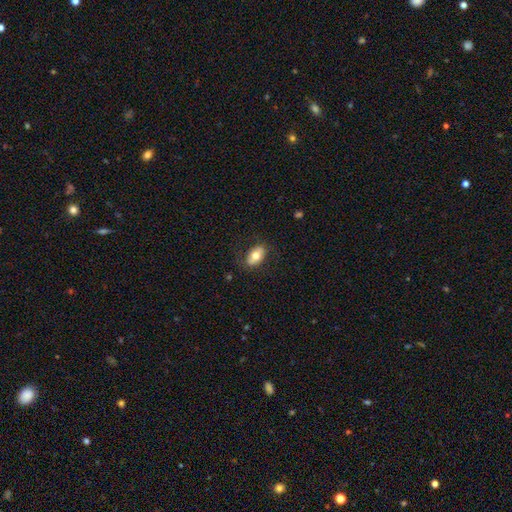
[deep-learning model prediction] smooth-or-featured: smooth: 70% | featured or disk: 23% | star or artifact: 7%
  how-rounded: in between: 90% | round: 7% | cigar-shaped: 2%
  merging: none: 81% | minor disturbance: 14% | major disturbance: 5% | merger: 1%